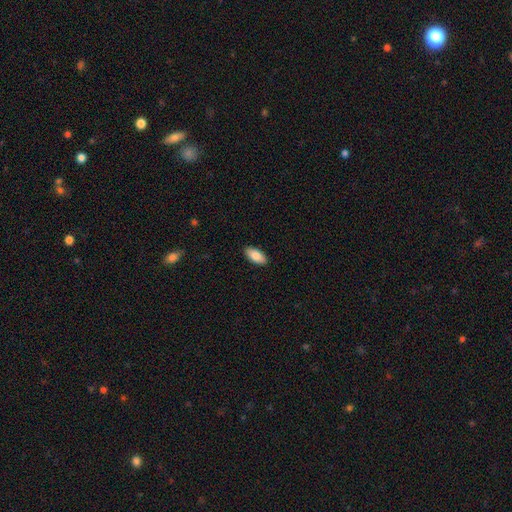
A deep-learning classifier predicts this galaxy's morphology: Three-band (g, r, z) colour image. It shows a smooth galaxy with no disk features (86%) that is in between round and cigar-shaped (91%). Merging: none (90%).